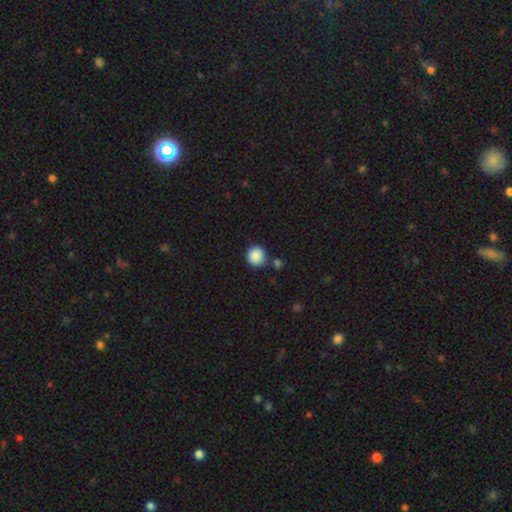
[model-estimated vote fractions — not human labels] smooth_or_featured: smooth (p=0.88) [alt: star or artifact p=0.08]
how_rounded: round (p=0.92) [alt: in between p=0.07]
merging: none (p=0.74) [alt: minor disturbance p=0.12]